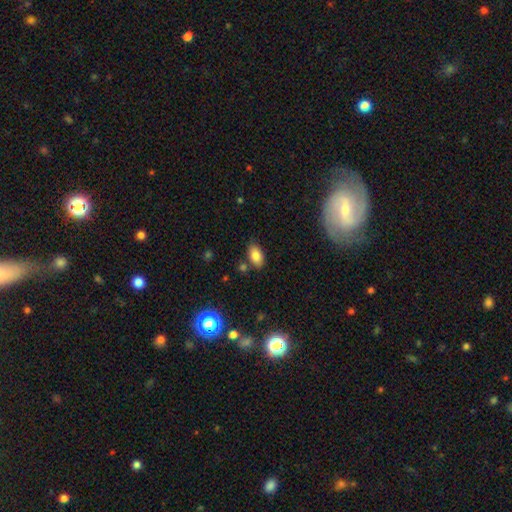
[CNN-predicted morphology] type=smooth (83%); roundness=in between (92%); merging=none (77%).